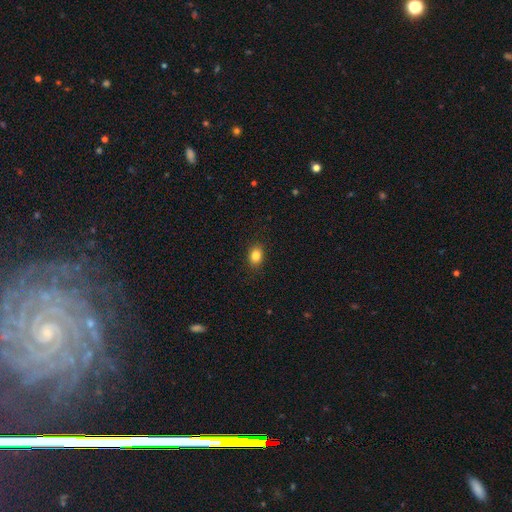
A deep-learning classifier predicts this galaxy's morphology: The model was most divided on "how rounded": in between: 67%, round: 32%, cigar-shaped: 1%. More confident: merging — none (89%); smooth or featured — smooth (84%).